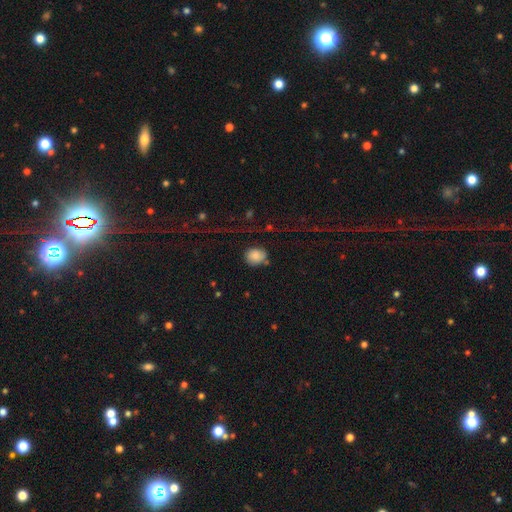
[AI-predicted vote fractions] Overall: smooth (79%). How rounded: round (71%). Merging: none (67%).